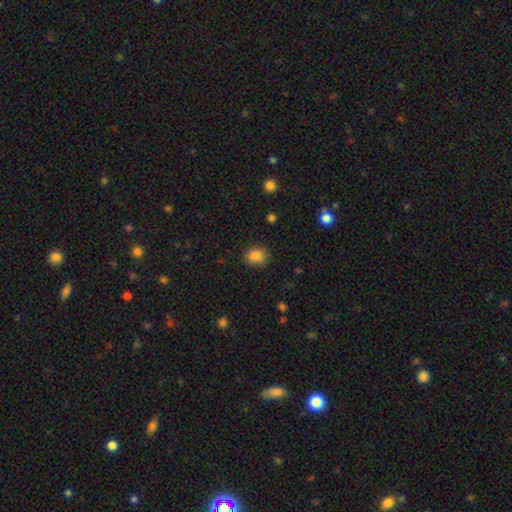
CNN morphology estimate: smooth_or_featured: smooth (p=0.85) [alt: star or artifact p=0.10]
how_rounded: round (p=0.60) [alt: in between p=0.39]
merging: none (p=0.84) [alt: minor disturbance p=0.12]